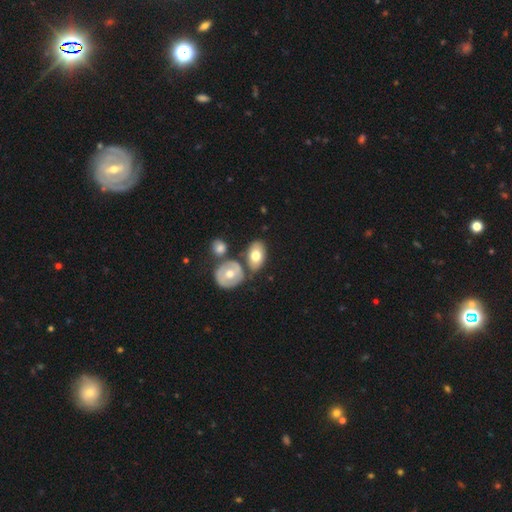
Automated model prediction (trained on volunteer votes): Smooth or featured: smooth — 66% (featured or disk — 28%)
How rounded: in between — 86% (round — 12%)
Merging: none — 60% (merger — 21%)